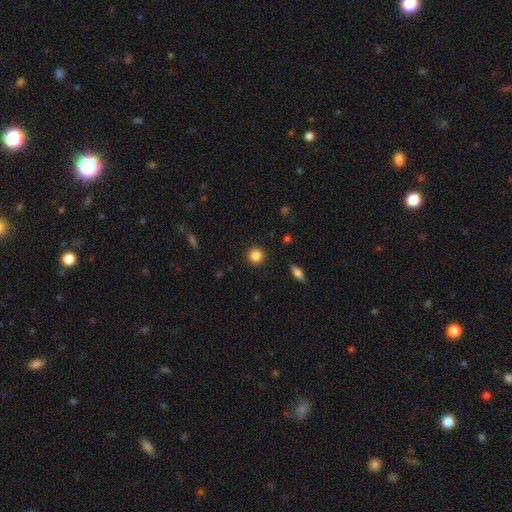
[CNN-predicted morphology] A smooth galaxy with no disk features (85%) that is round (94%). Merging: none (92%).